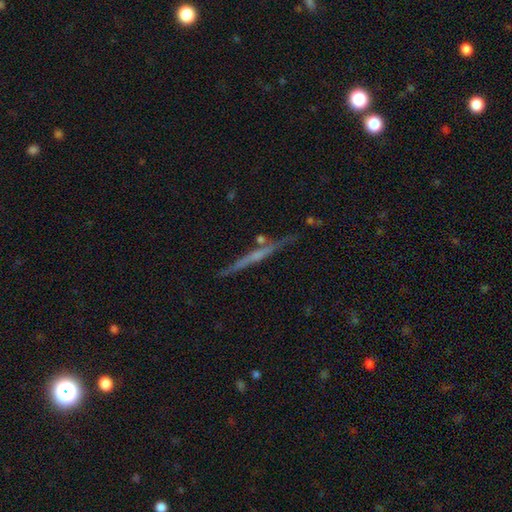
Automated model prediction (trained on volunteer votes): Q: Smooth or featured?
A: featured or disk (66%); runner-up: smooth (27%)
Q: Edge-on disk?
A: yes (97%); runner-up: no (3%)
Q: Edge-on bulge?
A: none (64%); runner-up: rounded (28%)
Q: Merging?
A: none (83%); runner-up: minor disturbance (10%)